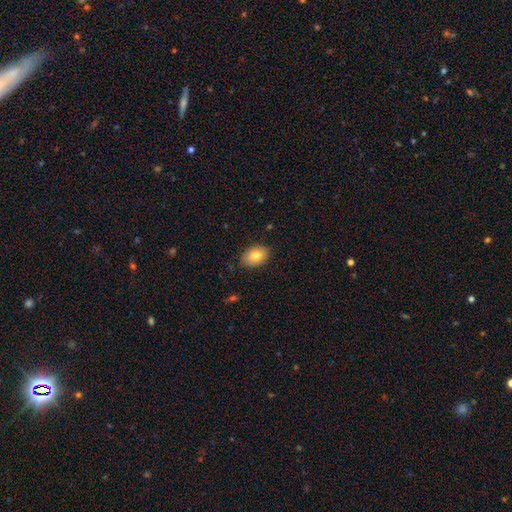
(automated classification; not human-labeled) Smooth or featured: smooth — 81% (featured or disk — 12%)
How rounded: in between — 82% (round — 17%)
Merging: none — 86% (minor disturbance — 11%)